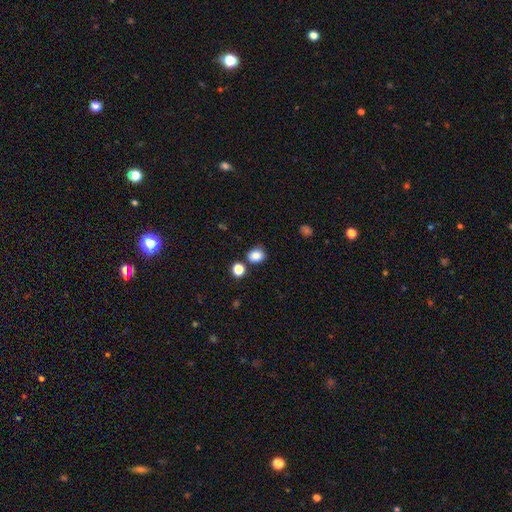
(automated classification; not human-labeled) Smooth or featured?
  - smooth: 85% *
  - star or artifact: 11%
  - featured or disk: 4%
How rounded?
  - round: 60% *
  - in between: 39%
  - cigar-shaped: 1%
Merging?
  - none: 77% *
  - minor disturbance: 11%
  - merger: 9%
  - major disturbance: 3%